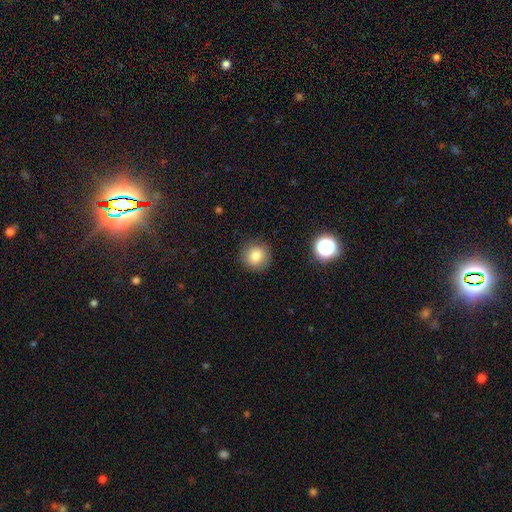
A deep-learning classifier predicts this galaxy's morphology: Q: Smooth or featured?
A: smooth (82%); runner-up: star or artifact (11%)
Q: How rounded?
A: round (91%); runner-up: in between (8%)
Q: Merging?
A: none (88%); runner-up: minor disturbance (8%)